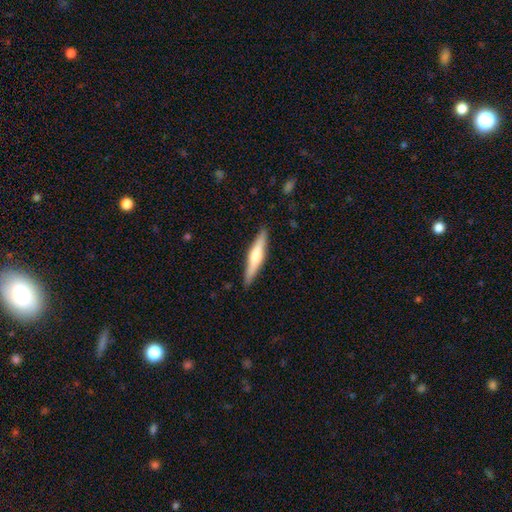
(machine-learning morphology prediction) Overall: featured or disk (54%; smooth 41%). Edge-on disk: yes (96%). Edge-on bulge: rounded (80%). Merging: none (89%).